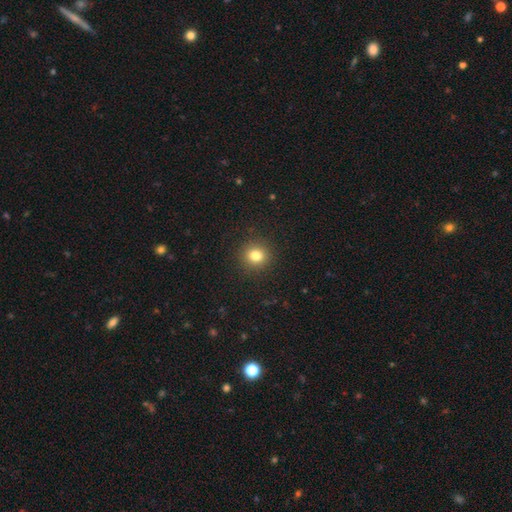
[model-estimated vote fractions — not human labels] Morphology: type=smooth (81%); roundness=round (86%); merging=none (91%).